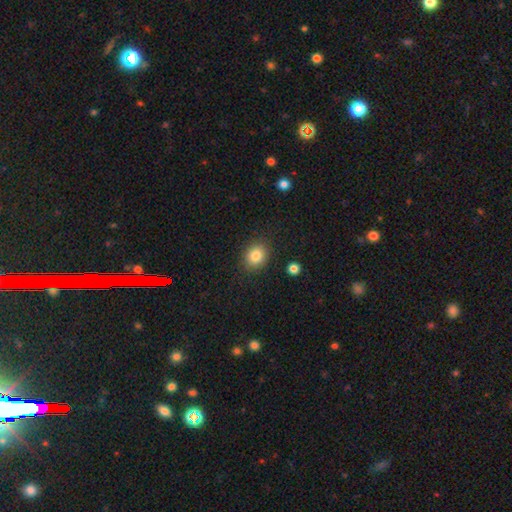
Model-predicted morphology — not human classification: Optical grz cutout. It shows a smooth galaxy with no disk features (84%) that is round (65%). Merging: none (87%).